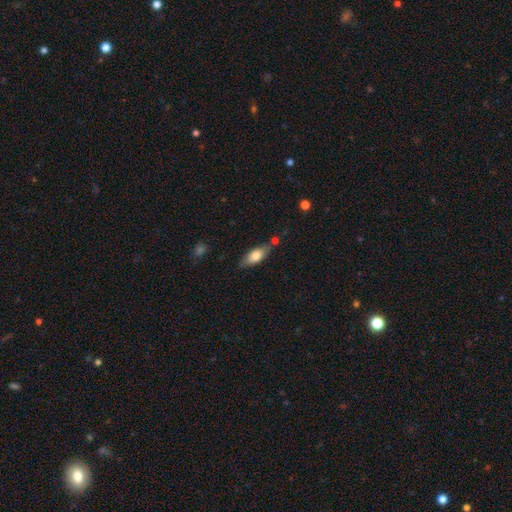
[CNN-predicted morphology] This is likely a smooth galaxy (71%). How rounded: likely in between (75%). Merging: likely none (64%).